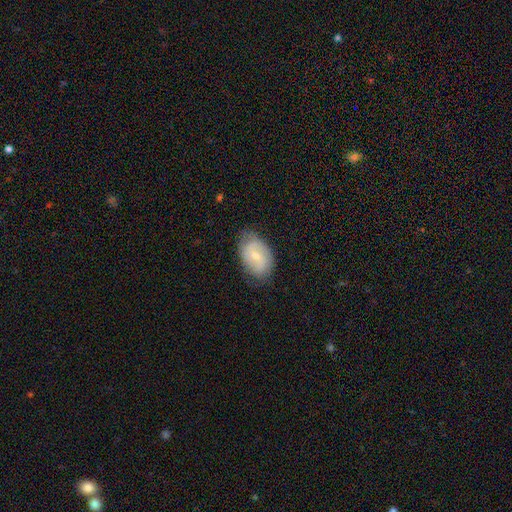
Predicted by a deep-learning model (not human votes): This is possibly a featured or disk galaxy (58%). It is clearly not viewed edge-on (96%). Bar: possibly weak (50%). Spiral arm pattern: clearly yes (81%). Central bulge: possibly small (60%). Merging: likely none (75%).